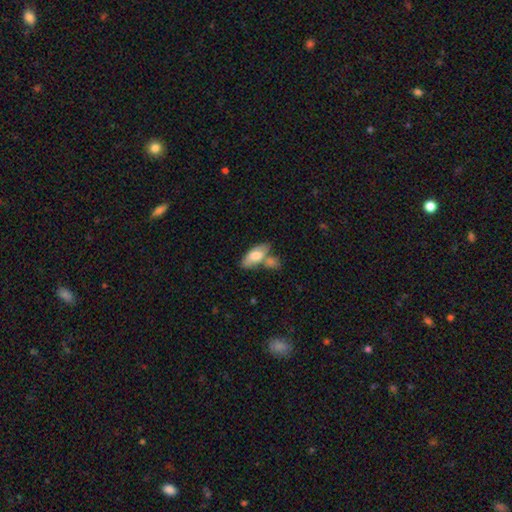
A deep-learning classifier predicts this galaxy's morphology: This is likely a smooth galaxy (73%). How rounded: clearly in between (84%). Merging: possibly none (45%).